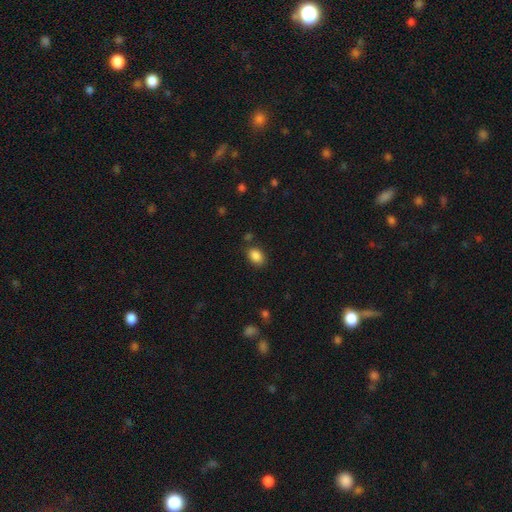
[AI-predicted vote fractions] Smooth or featured: smooth — 87% (star or artifact — 9%)
How rounded: in between — 76% (round — 23%)
Merging: none — 81% (minor disturbance — 13%)